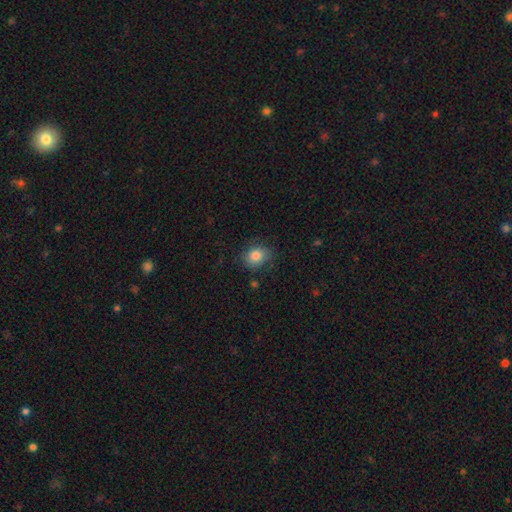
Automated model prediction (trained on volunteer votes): The model was most divided on "how rounded": round: 58%, in between: 41%, cigar-shaped: 1%. More confident: smooth or featured — smooth (83%); merging — none (75%).